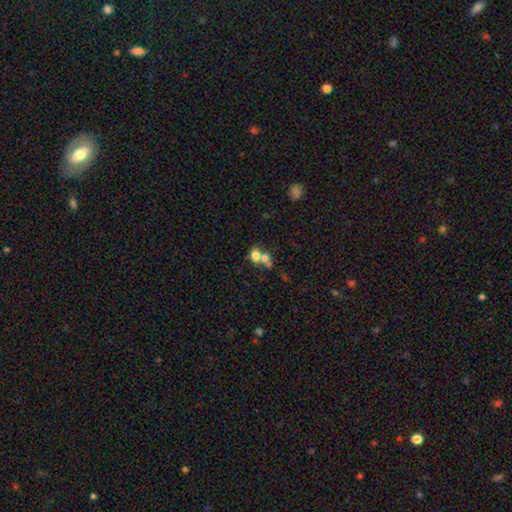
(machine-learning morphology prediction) Smooth or featured? Predicted: smooth (p=0.70). How rounded? Predicted: round (p=0.51). Merging? Predicted: merger (p=0.62).